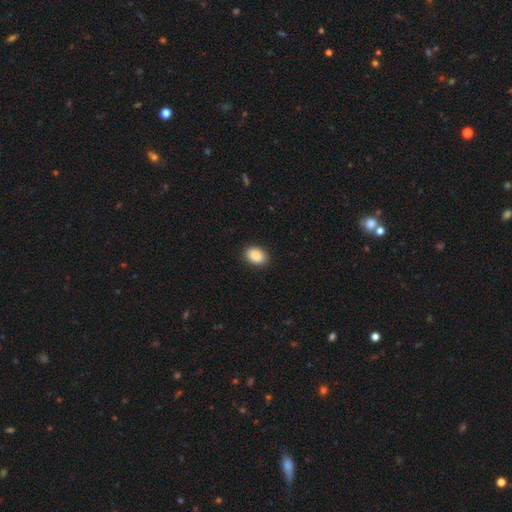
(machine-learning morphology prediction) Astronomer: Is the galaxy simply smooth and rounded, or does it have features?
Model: smooth — 88%.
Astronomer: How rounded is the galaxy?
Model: in between — 76%.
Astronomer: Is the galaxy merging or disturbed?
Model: none — 90%.